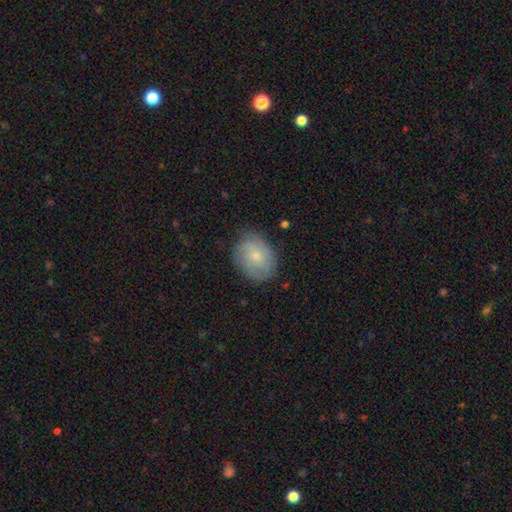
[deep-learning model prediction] Smooth or featured? smooth (64%)
How rounded? in between (53%)
Merging? none (75%)